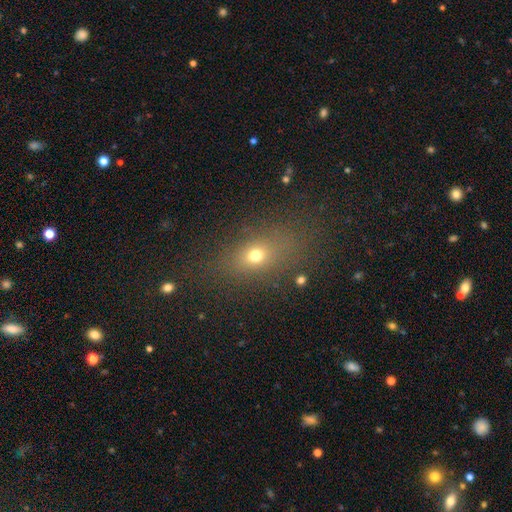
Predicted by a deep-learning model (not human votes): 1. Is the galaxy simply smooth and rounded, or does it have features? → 67% smooth, 19% star or artifact, 13% featured or disk.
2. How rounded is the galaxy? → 66% in between, 28% round, 6% cigar-shaped.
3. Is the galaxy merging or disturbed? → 74% none, 13% minor disturbance, 9% major disturbance, 4% merger.